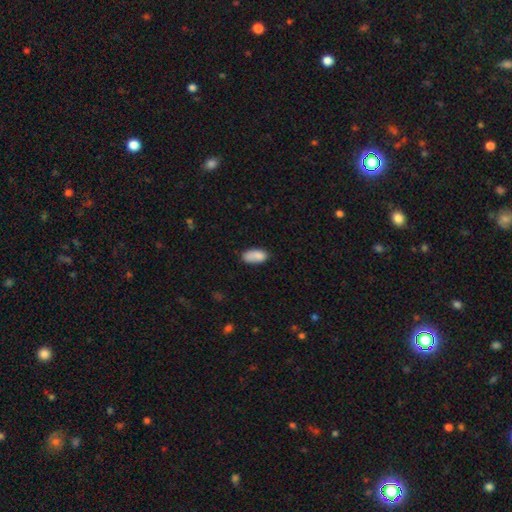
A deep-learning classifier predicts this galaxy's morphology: smooth-or-featured: smooth: 85% | star or artifact: 8% | featured or disk: 7%
  how-rounded: in between: 92% | cigar-shaped: 5% | round: 3%
  merging: none: 65% | minor disturbance: 25% | major disturbance: 5% | merger: 4%